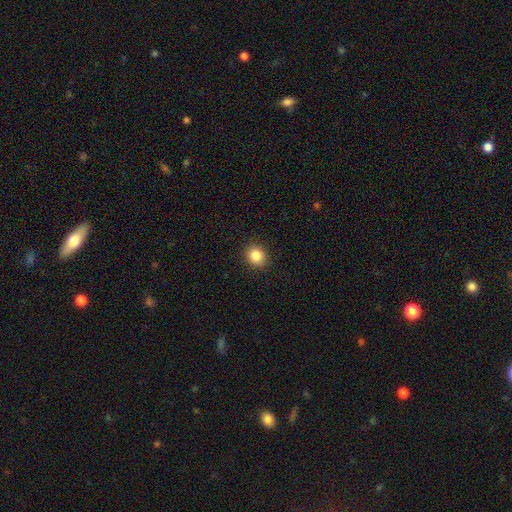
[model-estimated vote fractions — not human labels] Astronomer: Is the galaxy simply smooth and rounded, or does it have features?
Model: smooth — 85%.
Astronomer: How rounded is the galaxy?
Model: round — 75%.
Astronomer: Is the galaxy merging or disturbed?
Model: none — 91%.